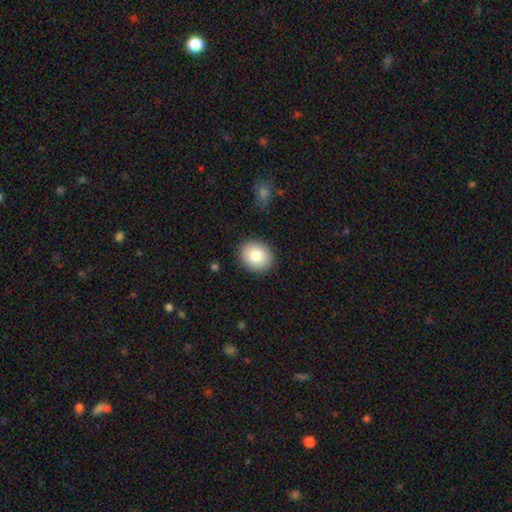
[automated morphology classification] This appears to be a smooth galaxy with no disk features (83%) that is round (66%). Merging: none (89%).